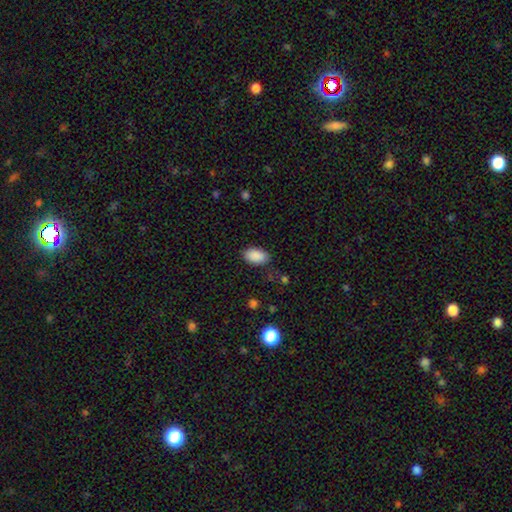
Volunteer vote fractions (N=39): smooth_or_featured: smooth (p=0.90) [alt: featured or disk p=0.05]
how_rounded: in between (p=0.94) [alt: round p=0.06]
merging: none (p=0.86) [alt: minor disturbance p=0.08]